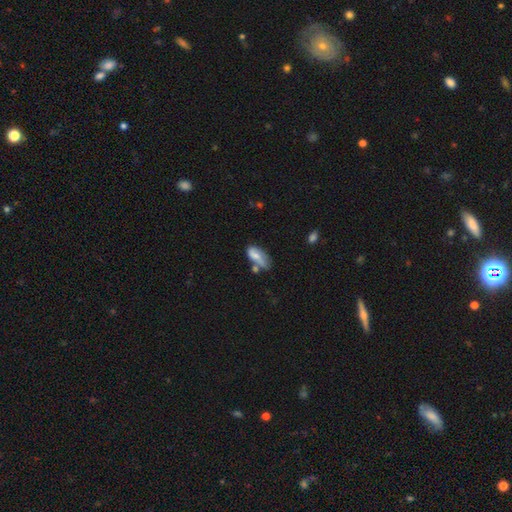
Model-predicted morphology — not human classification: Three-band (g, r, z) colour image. It shows a smooth galaxy with no disk features (64%) that is in between round and cigar-shaped (86%). Merging: none (36%).